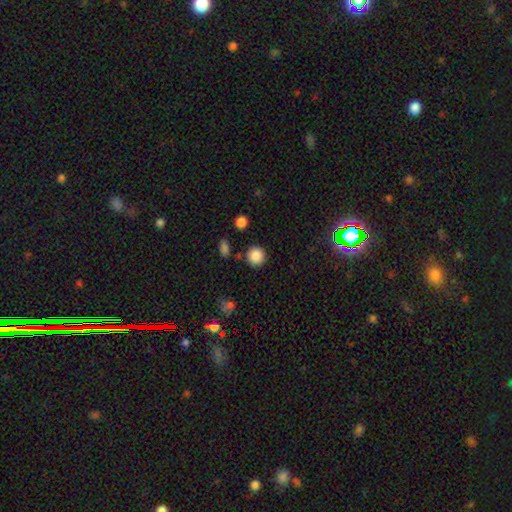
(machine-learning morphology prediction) A smooth galaxy with no disk features (87%) that is round (93%). Merging: none (87%).